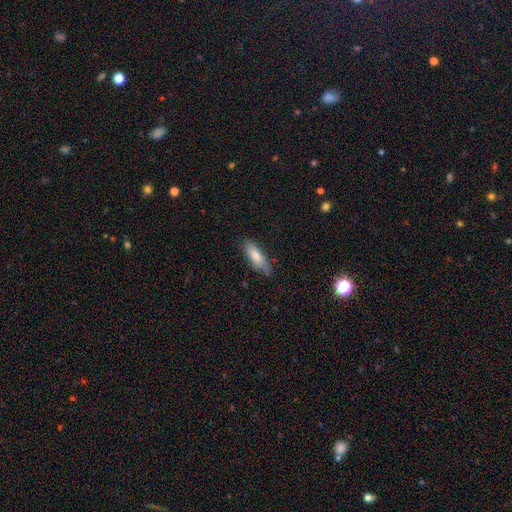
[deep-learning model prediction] Q: Smooth or featured?
A: smooth (76%); runner-up: featured or disk (18%)
Q: How rounded?
A: in between (53%); runner-up: cigar-shaped (45%)
Q: Merging?
A: none (74%); runner-up: minor disturbance (21%)